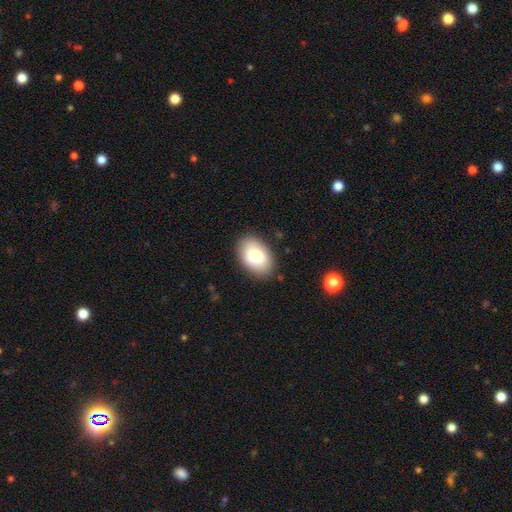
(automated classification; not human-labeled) Smooth or featured?
  - smooth: 81% *
  - featured or disk: 12%
  - star or artifact: 6%
How rounded?
  - in between: 88% *
  - round: 11%
  - cigar-shaped: 1%
Merging?
  - none: 85% *
  - minor disturbance: 11%
  - major disturbance: 3%
  - merger: 1%